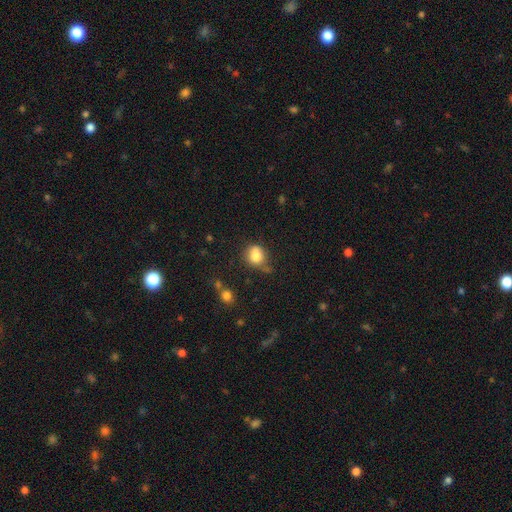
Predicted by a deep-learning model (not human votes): The model was most divided on "merging": none: 52%, minor disturbance: 27%, merger: 13%, major disturbance: 8%. More confident: smooth or featured — smooth (79%); how rounded — round (71%).